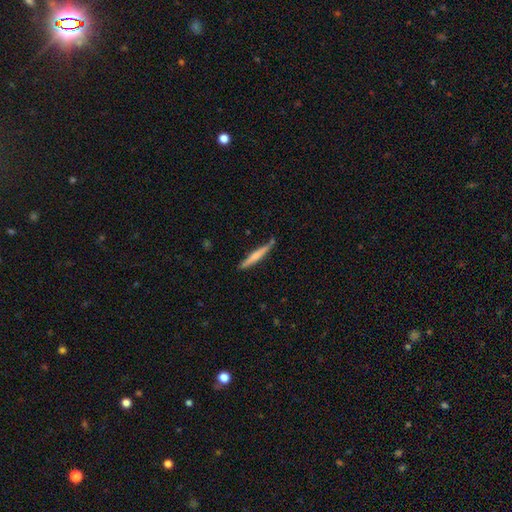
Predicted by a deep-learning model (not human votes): smooth_or_featured: smooth (p=0.54) [alt: featured or disk p=0.41]
how_rounded: cigar-shaped (p=0.95) [alt: in between p=0.03]
merging: none (p=0.80) [alt: minor disturbance p=0.14]